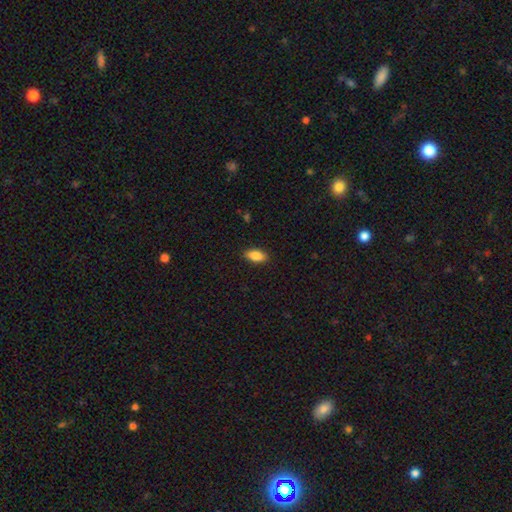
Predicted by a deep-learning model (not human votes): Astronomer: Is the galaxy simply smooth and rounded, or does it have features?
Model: smooth — 88%.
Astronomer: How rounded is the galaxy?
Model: in between — 92%.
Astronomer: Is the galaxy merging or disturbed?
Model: none — 88%.